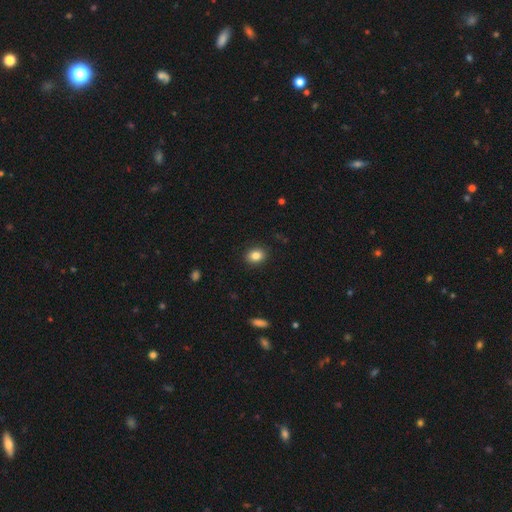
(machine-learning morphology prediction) smooth 84%, star or artifact 10%, featured or disk 6%. Down the decision tree: how rounded — in between (52%); merging — none (90%).